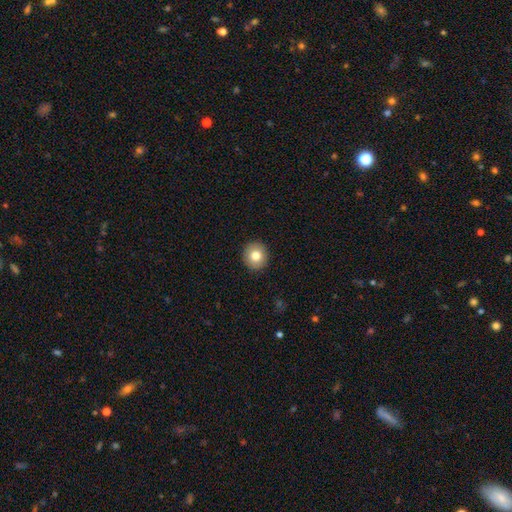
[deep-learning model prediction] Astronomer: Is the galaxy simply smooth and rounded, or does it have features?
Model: smooth — 79%.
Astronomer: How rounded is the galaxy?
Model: round — 89%.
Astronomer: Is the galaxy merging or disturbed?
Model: none — 92%.